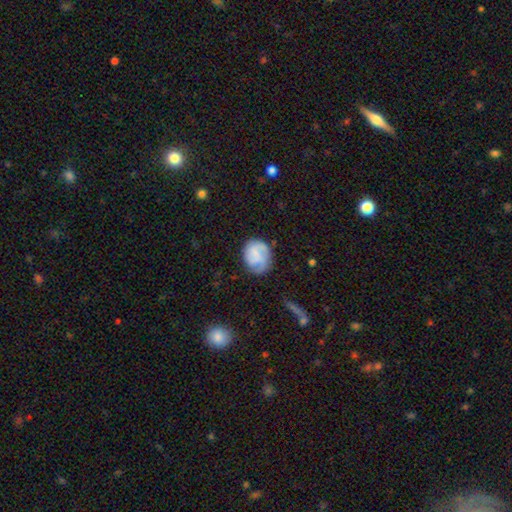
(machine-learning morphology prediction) Q: Smooth or featured?
A: smooth (49%); runner-up: featured or disk (43%)
Q: Merging?
A: none (65%); runner-up: minor disturbance (23%)